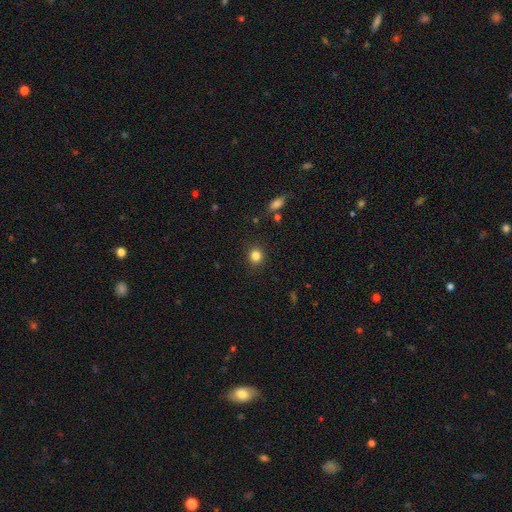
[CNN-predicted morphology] smooth-or-featured: smooth: 83% | star or artifact: 12% | featured or disk: 5%
  how-rounded: round: 88% | in between: 11% | cigar-shaped: 1%
  merging: none: 89% | minor disturbance: 7% | major disturbance: 2% | merger: 1%